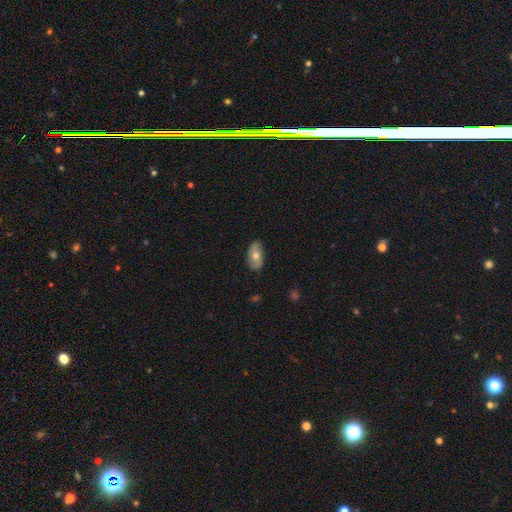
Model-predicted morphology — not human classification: Smooth or featured? Predicted: smooth (p=0.60). How rounded? Predicted: in between (p=0.92). Merging? Predicted: none (p=0.81).